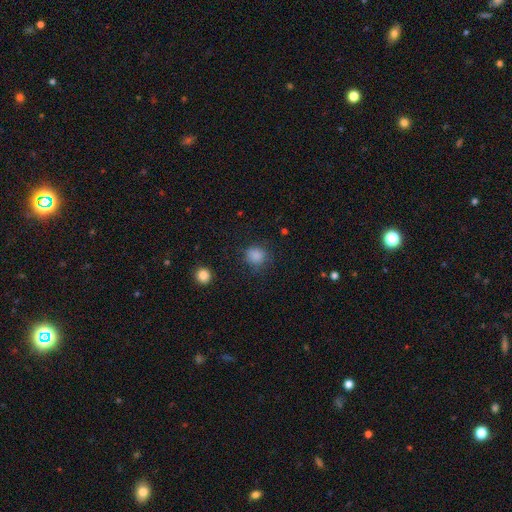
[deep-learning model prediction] smooth 84%, star or artifact 12%, featured or disk 4%. Down the decision tree: how rounded — round (84%); merging — none (77%).